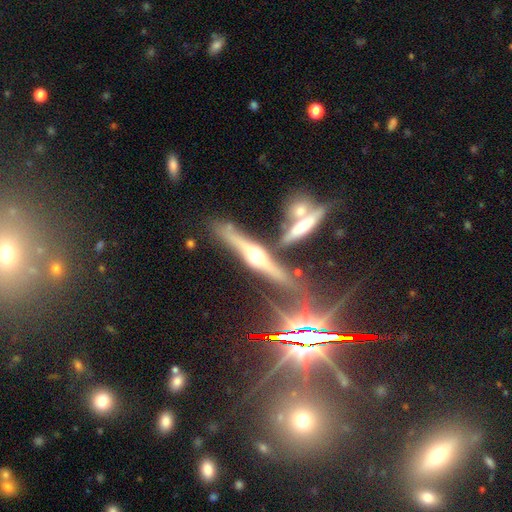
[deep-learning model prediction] featured or disk 65%, smooth 19%, star or artifact 16%. Down the decision tree: edge-on disk — yes (94%); edge-on bulge — rounded (92%); merging — none (67%).